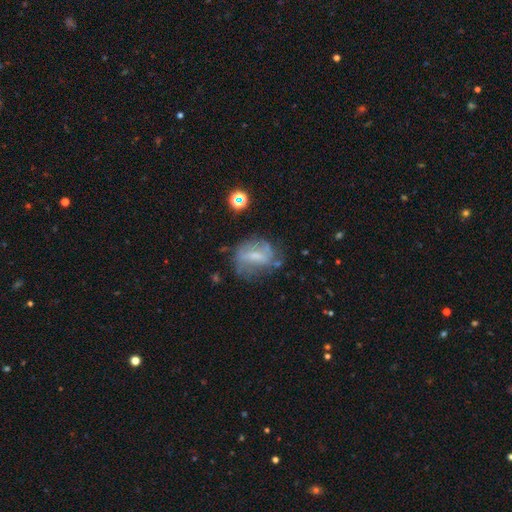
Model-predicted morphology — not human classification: A featured or disk galaxy (61%) with a weak bar (49%), spiral arms (67%) and a small central bulge (44%).

Vote fractions:
- Smooth or featured? featured or disk: 61% / smooth: 28% / star or artifact: 12%
- Edge-on disk? no: 95% / yes: 5%
- Bar? weak: 49% / strong: 26% / no: 26%
- Spiral arms? yes: 67% / no: 33%
- Bulge size? small: 44% / moderate: 29% / none: 23% / large: 3% / dominant: 1%
- Merging? none: 52% / minor disturbance: 26% / major disturbance: 19% / merger: 4%